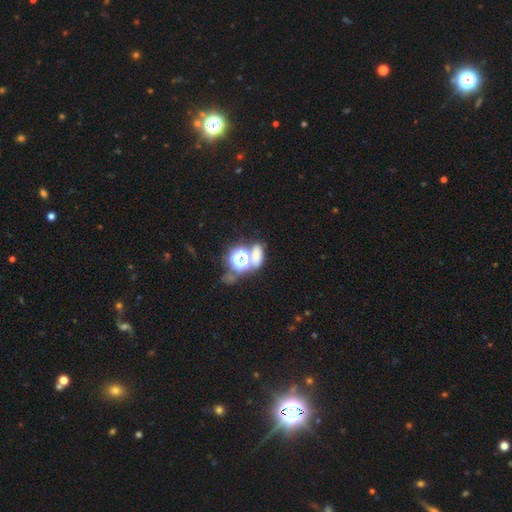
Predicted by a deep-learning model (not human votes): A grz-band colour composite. It shows a smooth galaxy with no disk features (53%) that is in between round and cigar-shaped (59%). Merging: none (51%).